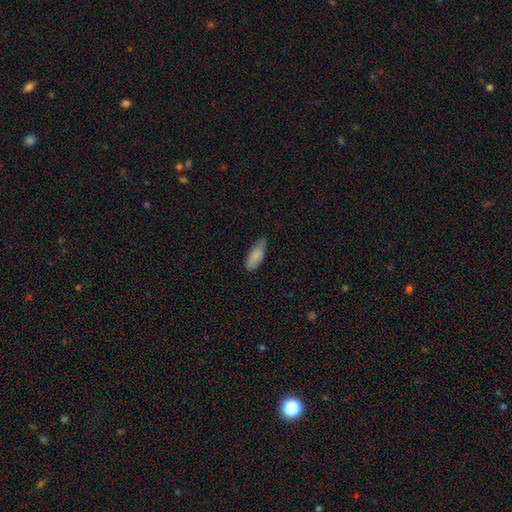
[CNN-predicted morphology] smooth_or_featured: smooth (p=0.86) [alt: featured or disk p=0.08]
how_rounded: in between (p=0.79) [alt: cigar-shaped p=0.19]
merging: none (p=0.64) [alt: minor disturbance p=0.30]